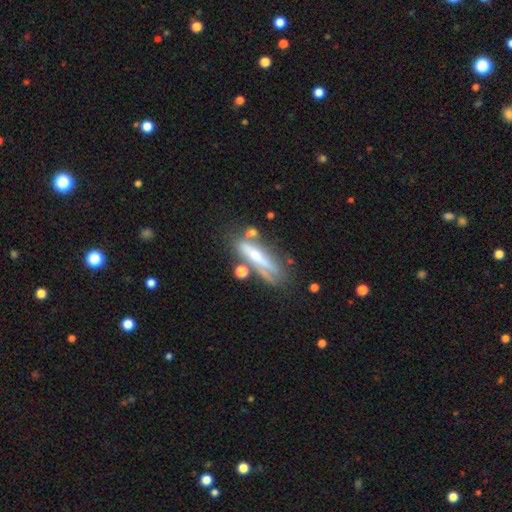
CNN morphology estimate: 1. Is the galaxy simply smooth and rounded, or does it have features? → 53% featured or disk, 39% smooth, 8% star or artifact.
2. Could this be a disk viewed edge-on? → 65% yes, 35% no.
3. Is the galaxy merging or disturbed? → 48% none, 22% minor disturbance, 16% merger, 14% major disturbance.